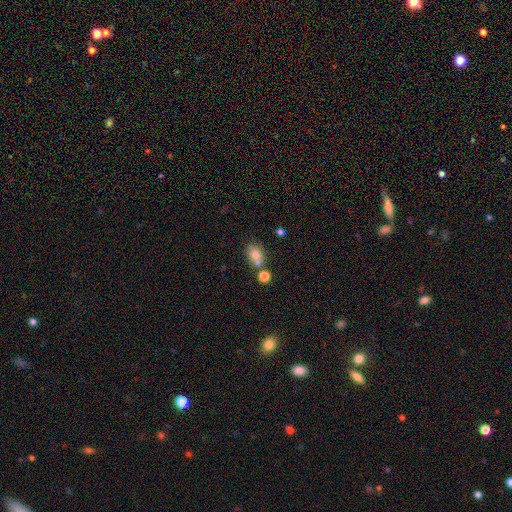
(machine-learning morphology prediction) Smooth or featured? smooth (78%)
How rounded? in between (70%)
Merging? none (54%)